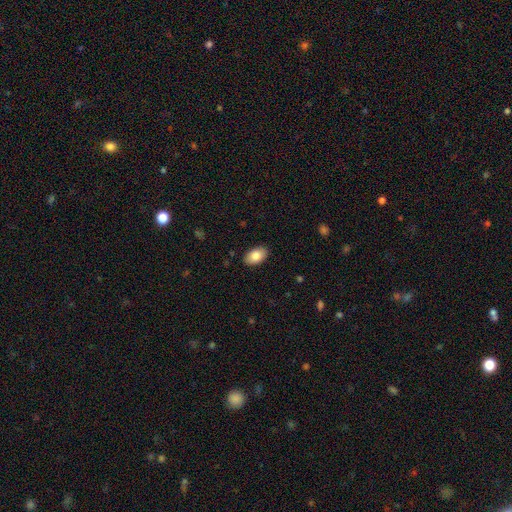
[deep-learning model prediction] This appears to be a smooth galaxy with no disk features (84%) that is in between round and cigar-shaped (93%). Merging: none (89%).